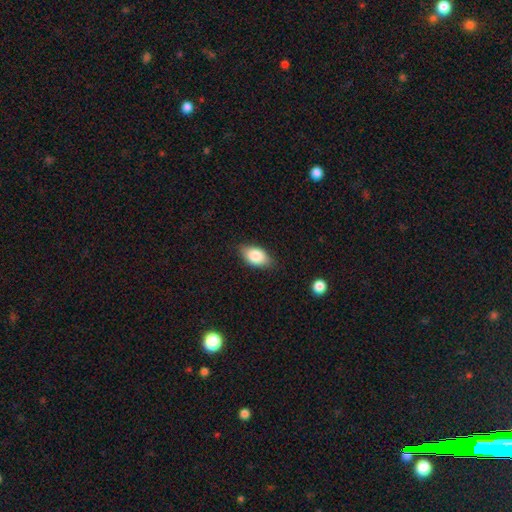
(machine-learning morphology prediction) Smooth or featured?
  - smooth: 83% *
  - featured or disk: 10%
  - star or artifact: 7%
How rounded?
  - in between: 89% *
  - round: 8%
  - cigar-shaped: 3%
Merging?
  - none: 79% *
  - minor disturbance: 17%
  - major disturbance: 3%
  - merger: 1%